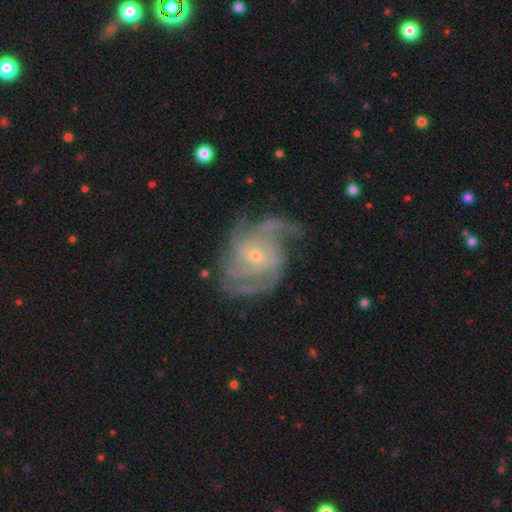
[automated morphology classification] A featured or disk galaxy (90%) with no bar (64%), 4 (30%) tight (53%) spiral arms (97%) and a small central bulge (71%).

Vote fractions:
- Smooth or featured? featured or disk: 90% / star or artifact: 5% / smooth: 5%
- Edge-on disk? no: 98% / yes: 2%
- Bar? no: 64% / weak: 30% / strong: 6%
- Spiral arms? yes: 97% / no: 3%
- Spiral winding? tight: 53% / medium: 38% / loose: 9%
- Spiral arm count? 4: 30% / 3: 25% / can't tell: 18% / 2: 11% / more than 4: 10% / 1: 7%
- Bulge size? small: 71% / moderate: 26% / none: 1% / large: 1% / dominant: 1%
- Merging? none: 66% / minor disturbance: 20% / major disturbance: 12% / merger: 2%